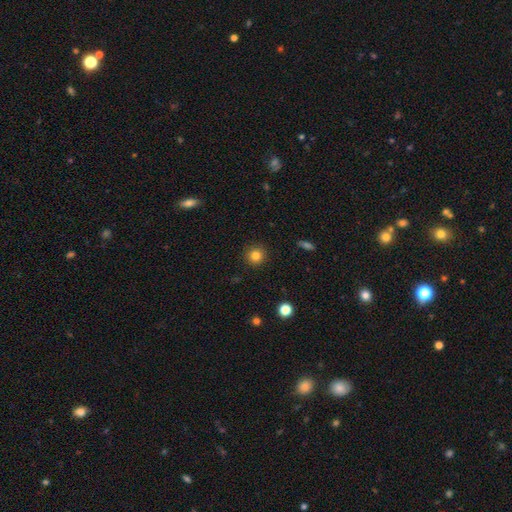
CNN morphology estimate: Overall: smooth (82%). How rounded: round (93%). Merging: none (92%).